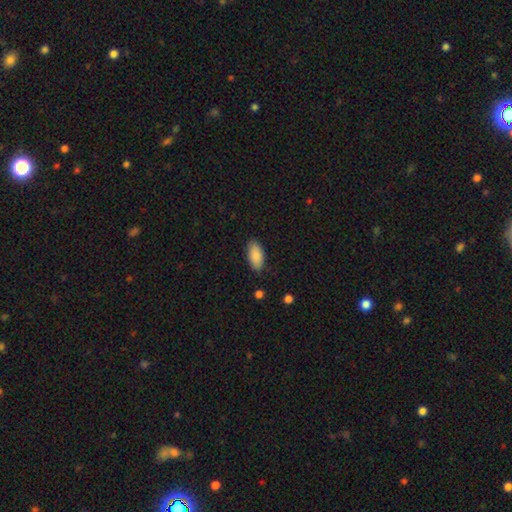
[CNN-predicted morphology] Overall: smooth (87%). How rounded: in between (92%). Merging: none (85%).